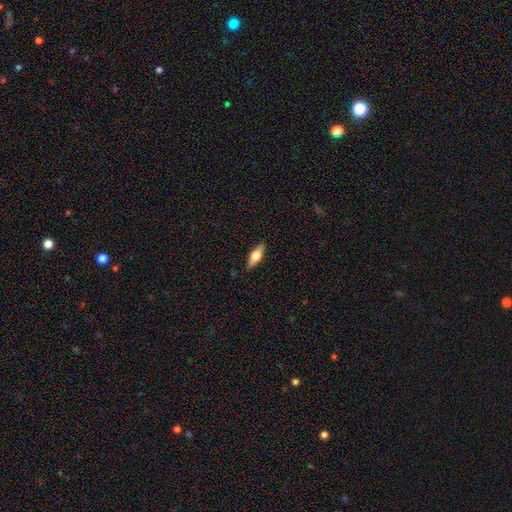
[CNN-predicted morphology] type=smooth (58%); roundness=in between (62%); merging=none (88%).